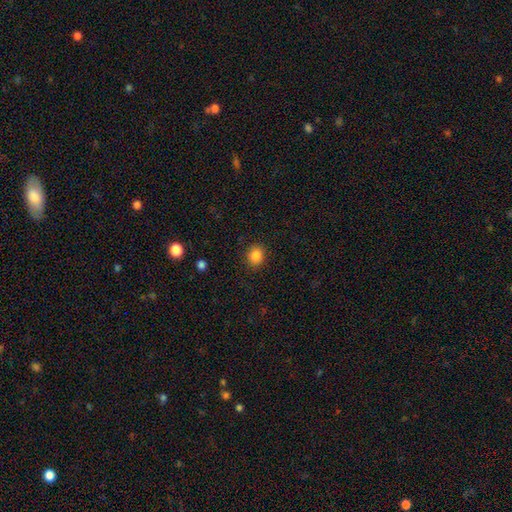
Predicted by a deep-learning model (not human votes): A smooth galaxy with no disk features (86%) that is round (67%).

Vote fractions:
- Smooth or featured? smooth: 86% / star or artifact: 11% / featured or disk: 4%
- How rounded? round: 67% / in between: 32% / cigar-shaped: 1%
- Merging? none: 88% / minor disturbance: 8% / major disturbance: 3% / merger: 1%